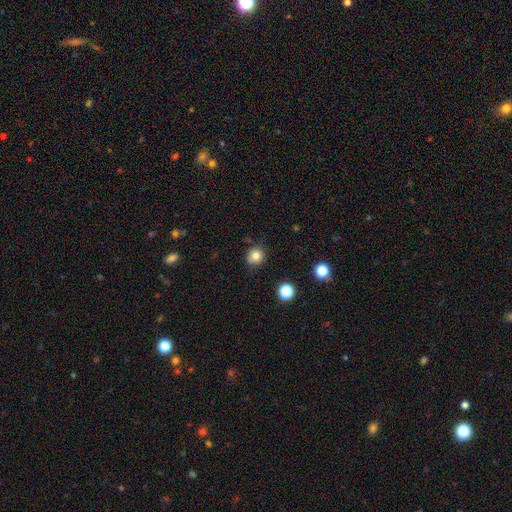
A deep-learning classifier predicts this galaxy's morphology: type=smooth (80%); roundness=round (82%); merging=none (80%).